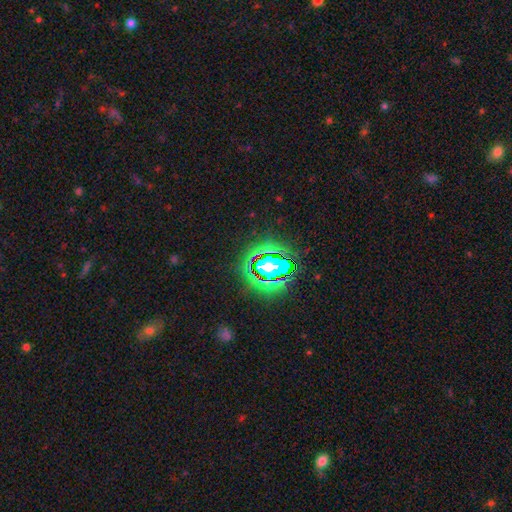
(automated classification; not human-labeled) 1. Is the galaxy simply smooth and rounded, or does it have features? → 80% star or artifact, 13% smooth, 7% featured or disk.